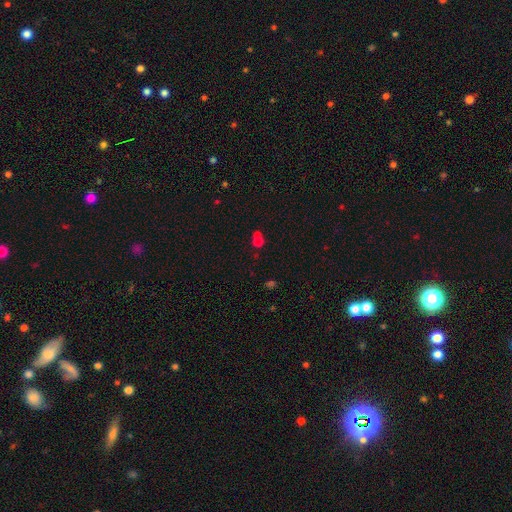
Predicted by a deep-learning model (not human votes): A smooth galaxy with no disk features (66%) that is round (84%). Merging: none (48%).